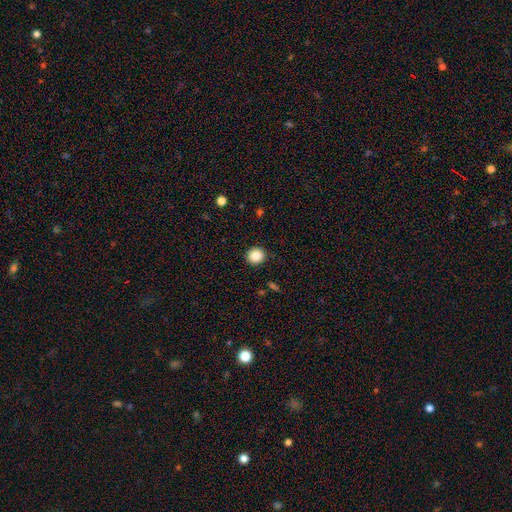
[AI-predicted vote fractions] Overall: smooth (86%). How rounded: round (91%). Merging: none (92%).